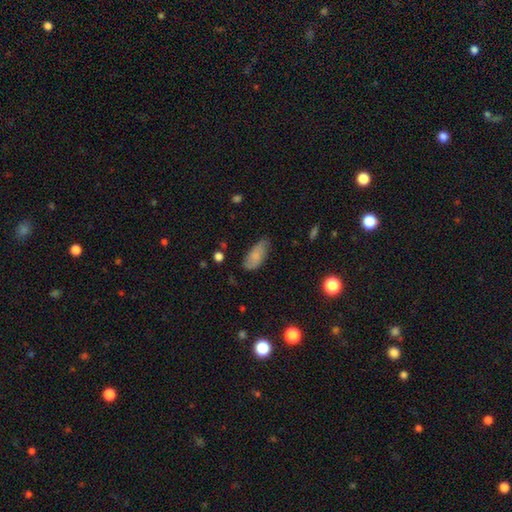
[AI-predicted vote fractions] This appears to be a smooth galaxy with no disk features (74%) that is in between round and cigar-shaped (88%). Merging: none (63%).